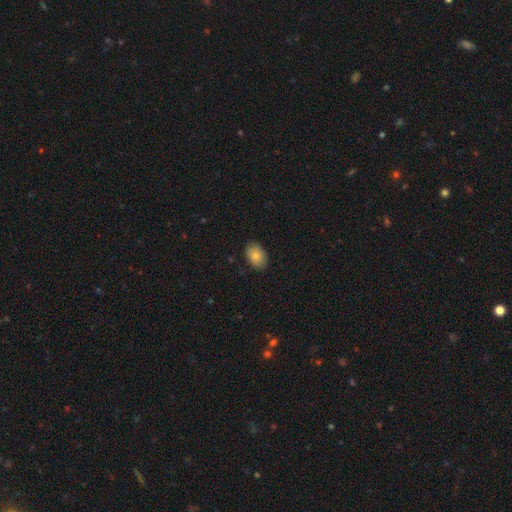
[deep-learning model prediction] Smooth or featured? Predicted: smooth (p=0.82). How rounded? Predicted: in between (p=0.83). Merging? Predicted: none (p=0.84).